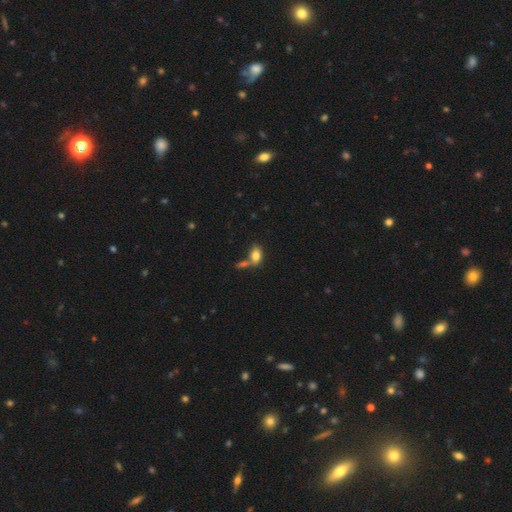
smooth 85%, star or artifact 10%, featured or disk 5%. Down the decision tree: how rounded — in between (73%); merging — none (46%).